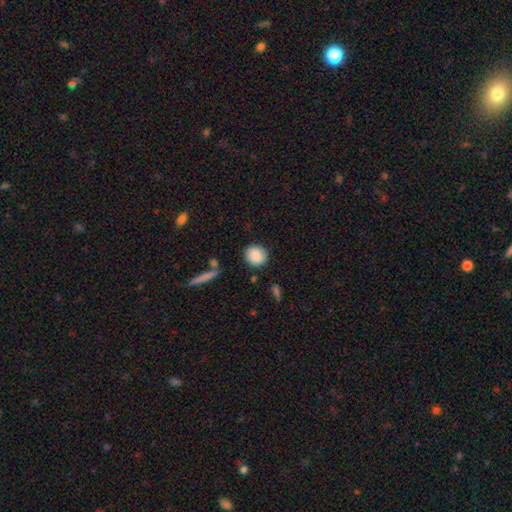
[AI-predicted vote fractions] This is clearly a smooth galaxy (87%). How rounded: clearly round (83%). Merging: clearly none (86%).